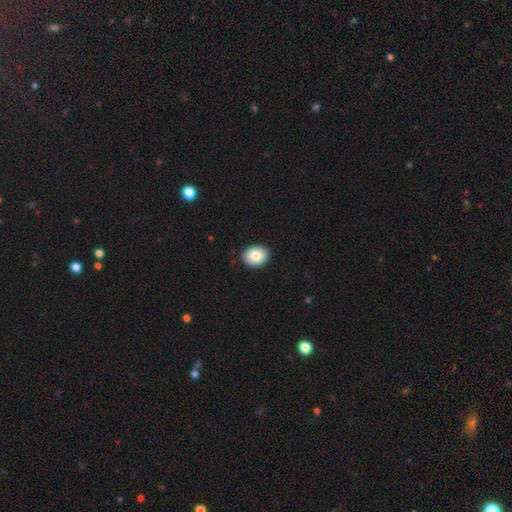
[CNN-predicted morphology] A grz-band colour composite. It shows a smooth galaxy with no disk features (83%) that is in between round and cigar-shaped (58%). Merging: none (90%).